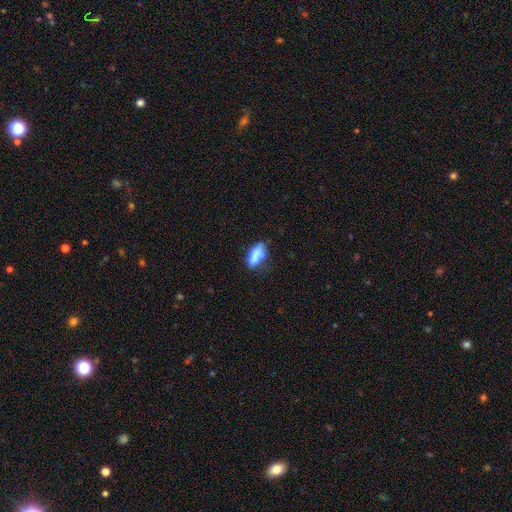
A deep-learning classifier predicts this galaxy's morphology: Smooth or featured? smooth (76%)
How rounded? in between (83%)
Merging? none (41%)